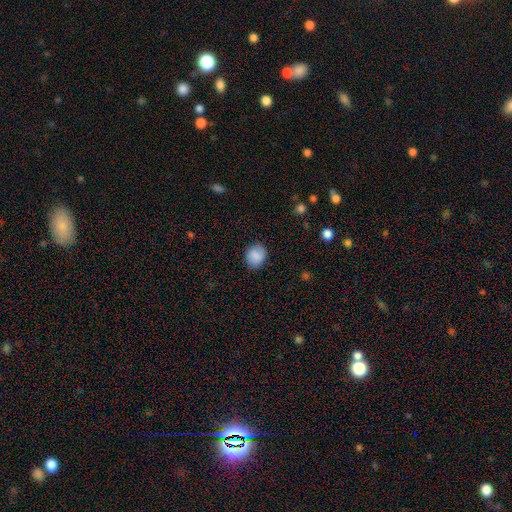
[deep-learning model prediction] A smooth galaxy with no disk features (84%) that is round (65%). Merging: none (82%).